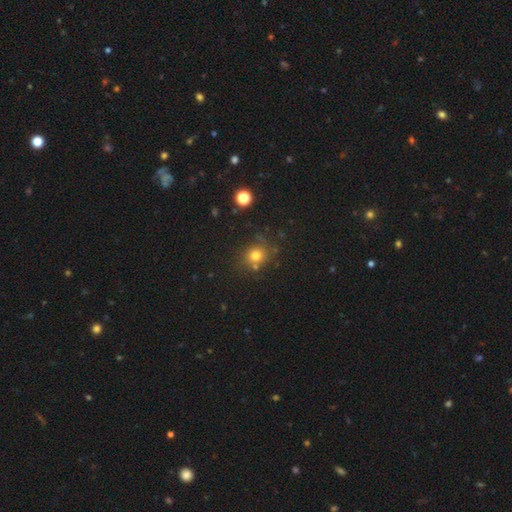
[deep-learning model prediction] This appears to be a smooth galaxy with no disk features (75%) that is round (82%). Merging: none (72%).